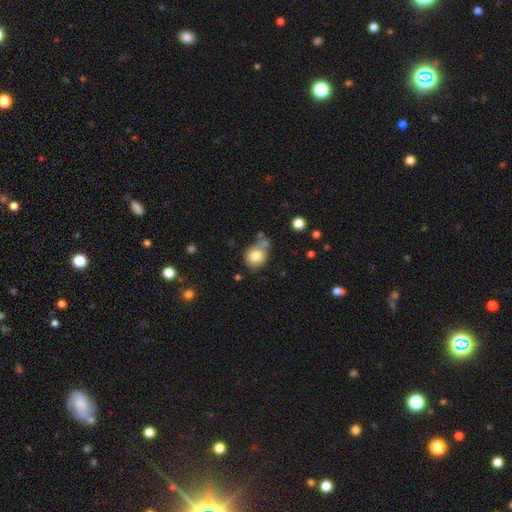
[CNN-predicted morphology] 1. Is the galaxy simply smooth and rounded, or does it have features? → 79% smooth, 11% featured or disk, 10% star or artifact.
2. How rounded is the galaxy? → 69% round, 30% in between, 1% cigar-shaped.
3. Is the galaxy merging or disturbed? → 53% none, 21% merger, 19% minor disturbance, 7% major disturbance.